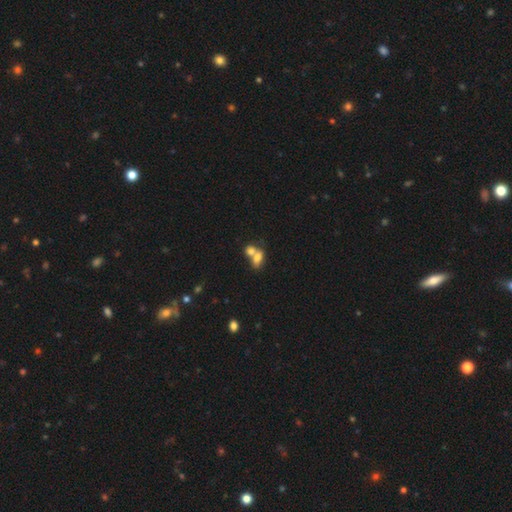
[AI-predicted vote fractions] smooth_or_featured: smooth (p=0.74) [alt: featured or disk p=0.16]
how_rounded: in between (p=0.78) [alt: round p=0.18]
merging: merger (p=0.63) [alt: none p=0.25]